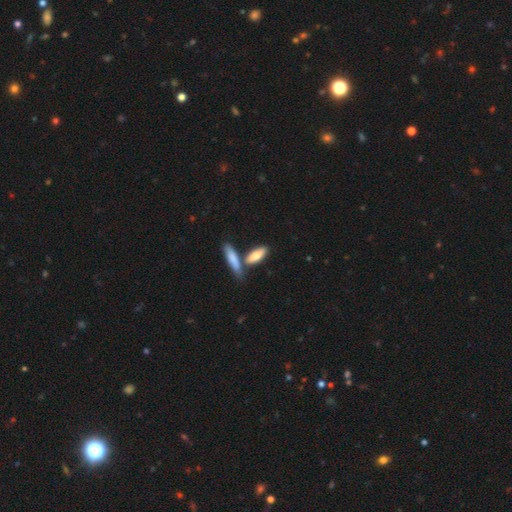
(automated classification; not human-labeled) Smooth or featured? Predicted: smooth (p=0.78). How rounded? Predicted: in between (p=0.55). Merging? Predicted: none (p=0.55).